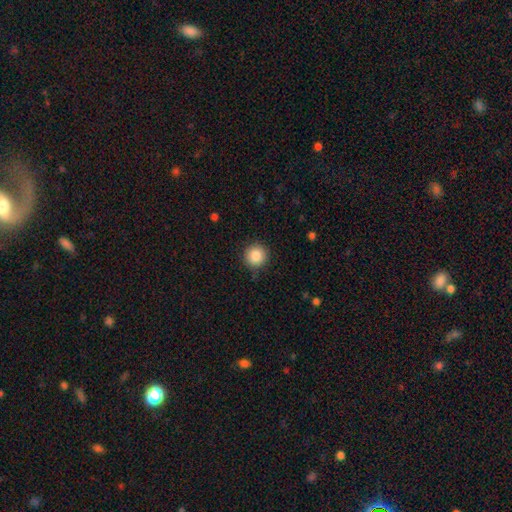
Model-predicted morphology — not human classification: Smooth or featured? Predicted: smooth (p=0.86). How rounded? Predicted: round (p=0.94). Merging? Predicted: none (p=0.89).